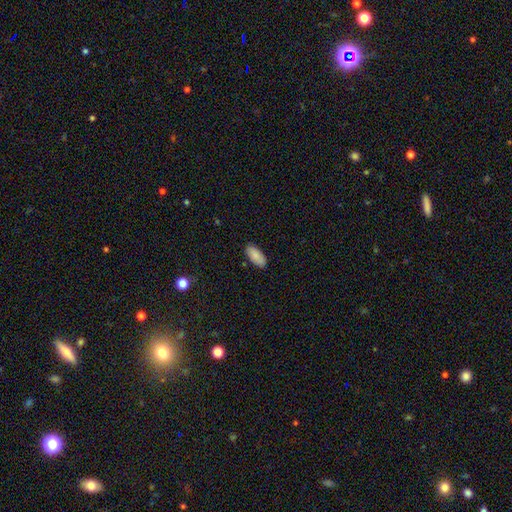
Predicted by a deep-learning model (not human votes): smooth-or-featured: smooth: 85% | featured or disk: 8% | star or artifact: 6%
  how-rounded: in between: 91% | cigar-shaped: 7% | round: 2%
  merging: none: 86% | minor disturbance: 11% | major disturbance: 2% | merger: 1%